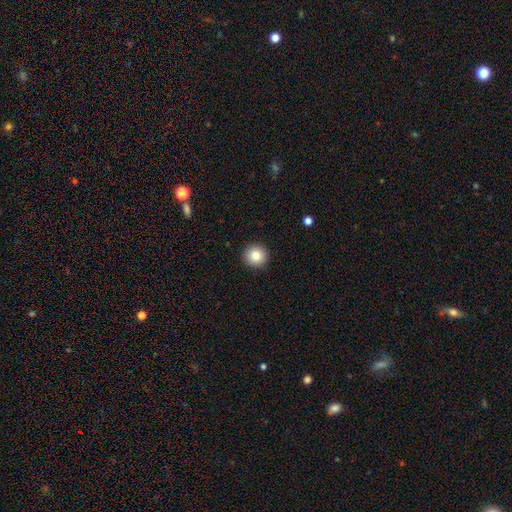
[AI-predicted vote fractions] smooth-or-featured: smooth: 83% | star or artifact: 10% | featured or disk: 7%
  how-rounded: round: 94% | in between: 5% | cigar-shaped: 1%
  merging: none: 92% | minor disturbance: 5% | major disturbance: 2% | merger: 1%